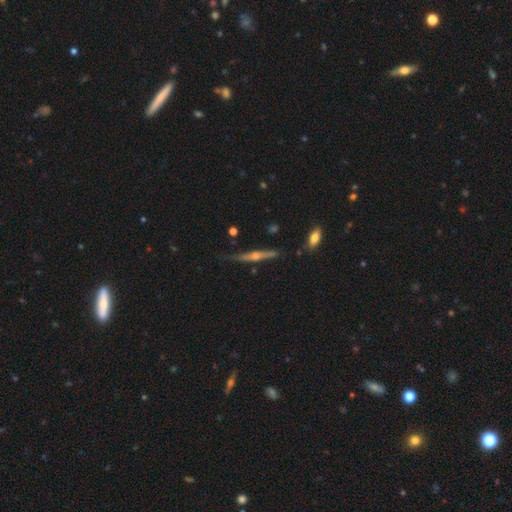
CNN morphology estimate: type=featured or disk (75%); edge-on=yes (97%); edge-on bulge=rounded (89%); merging=none (78%).